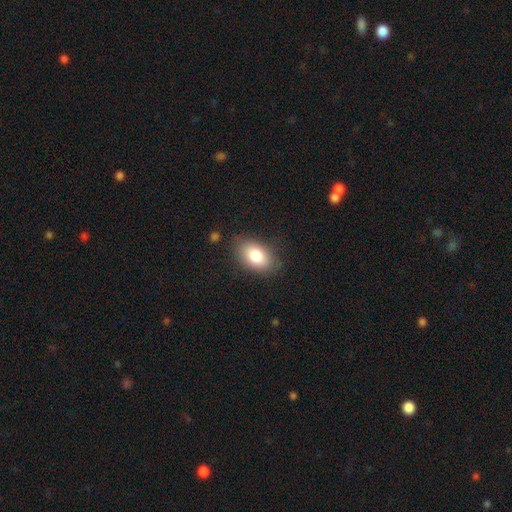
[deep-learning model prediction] Q: Smooth or featured?
A: smooth (82%); runner-up: featured or disk (10%)
Q: How rounded?
A: in between (90%); runner-up: round (9%)
Q: Merging?
A: none (82%); runner-up: minor disturbance (13%)